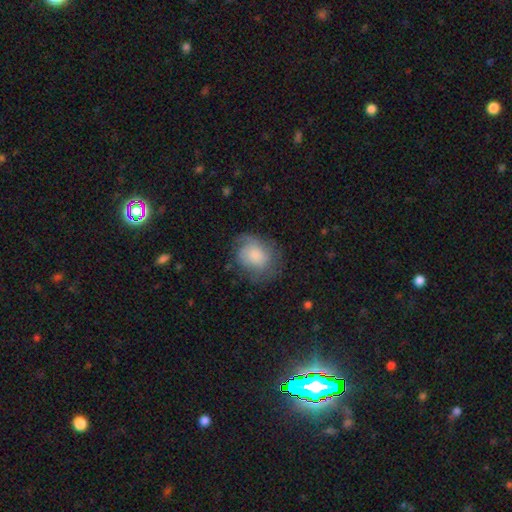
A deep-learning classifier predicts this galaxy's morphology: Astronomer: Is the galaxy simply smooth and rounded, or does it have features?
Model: smooth — 65%.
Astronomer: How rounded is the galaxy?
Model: round — 55% (runner-up: in between, 44%).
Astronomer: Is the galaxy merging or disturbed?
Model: none — 56%.